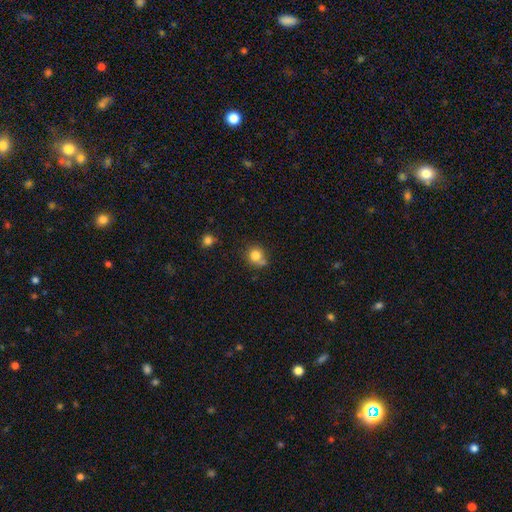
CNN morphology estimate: Smooth or featured?
  - smooth: 80% *
  - star or artifact: 11%
  - featured or disk: 9%
How rounded?
  - round: 84% *
  - in between: 15%
  - cigar-shaped: 1%
Merging?
  - none: 58% *
  - merger: 19%
  - minor disturbance: 17%
  - major disturbance: 5%